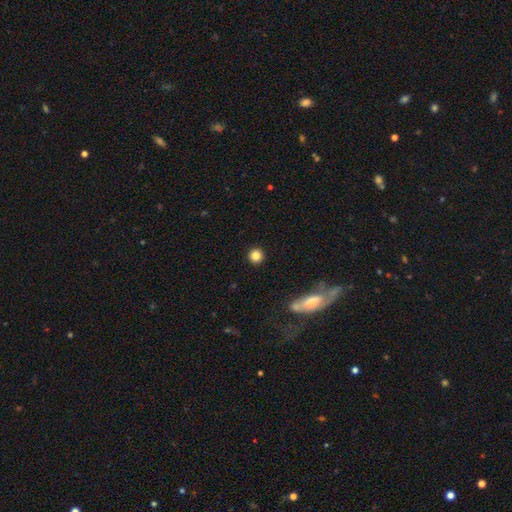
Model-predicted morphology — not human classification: This is clearly a smooth galaxy (83%). How rounded: clearly round (94%). Merging: clearly none (92%).